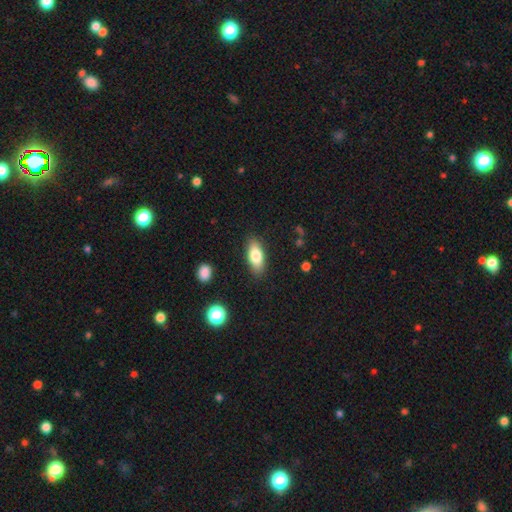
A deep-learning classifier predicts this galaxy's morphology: type=smooth (80%); roundness=in between (82%); merging=none (86%).